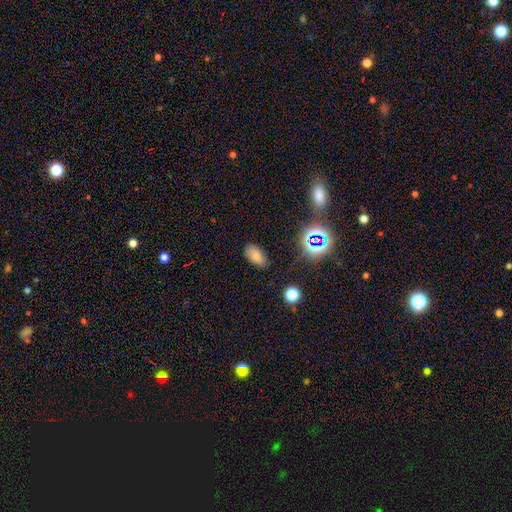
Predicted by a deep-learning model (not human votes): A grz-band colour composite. It shows a smooth galaxy with no disk features (71%) that is in between round and cigar-shaped (91%). Merging: none (79%).